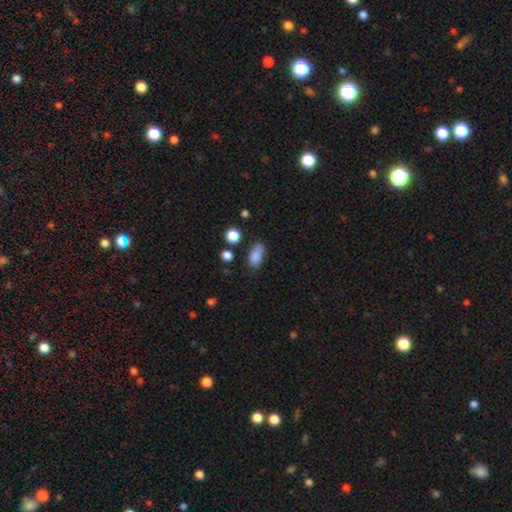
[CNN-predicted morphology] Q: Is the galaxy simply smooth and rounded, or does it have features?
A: smooth — 85%.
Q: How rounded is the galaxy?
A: in between — 87%.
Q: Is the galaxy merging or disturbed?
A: none — 65%.